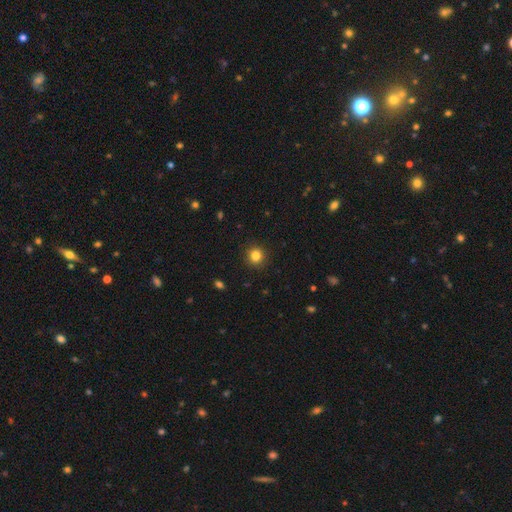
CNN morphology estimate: smooth_or_featured: smooth (p=0.83) [alt: star or artifact p=0.12]
how_rounded: round (p=0.92) [alt: in between p=0.07]
merging: none (p=0.91) [alt: minor disturbance p=0.06]